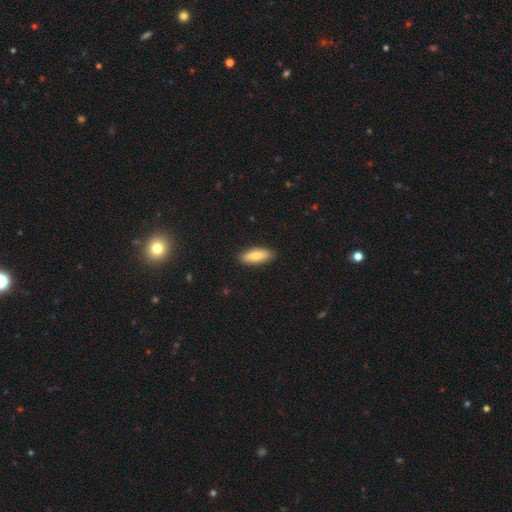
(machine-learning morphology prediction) Smooth or featured? Predicted: smooth (p=0.77). How rounded? Predicted: in between (p=0.72). Merging? Predicted: none (p=0.87).